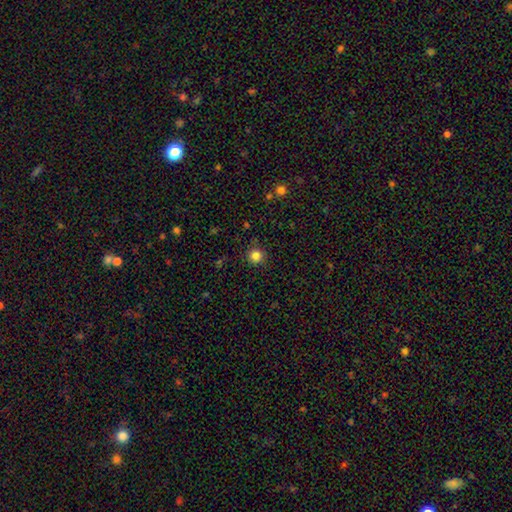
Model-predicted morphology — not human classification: smooth_or_featured: smooth (p=0.83) [alt: star or artifact p=0.12]
how_rounded: round (p=0.94) [alt: in between p=0.05]
merging: none (p=0.90) [alt: minor disturbance p=0.07]